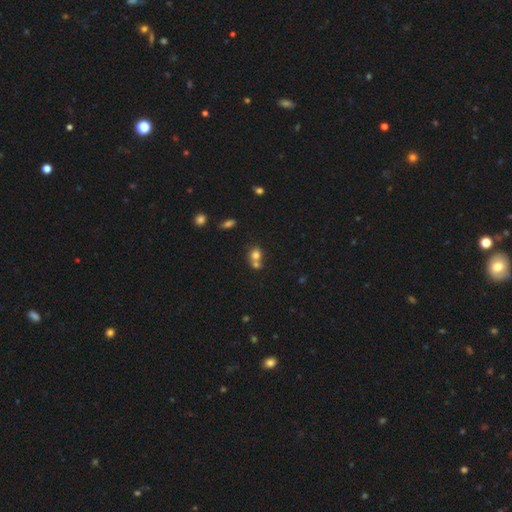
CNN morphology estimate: Q: Smooth or featured?
A: smooth (74%); runner-up: star or artifact (13%)
Q: How rounded?
A: round (68%); runner-up: in between (30%)
Q: Merging?
A: merger (53%); runner-up: none (35%)